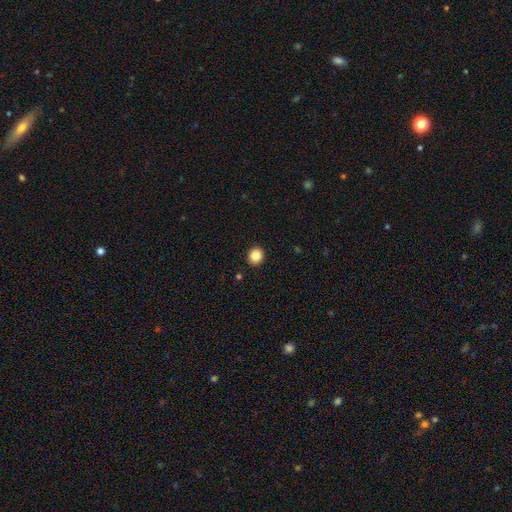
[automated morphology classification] type=smooth (85%); roundness=round (86%); merging=none (93%).